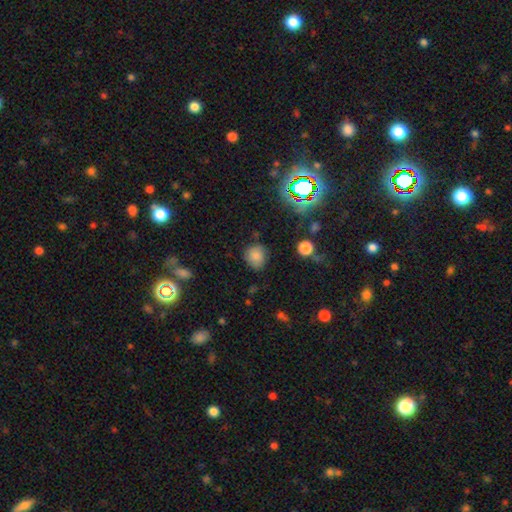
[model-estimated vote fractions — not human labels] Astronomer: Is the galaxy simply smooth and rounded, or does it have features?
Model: smooth — 80%.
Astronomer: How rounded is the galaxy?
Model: round — 75%.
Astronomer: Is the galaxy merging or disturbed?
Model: none — 75%.